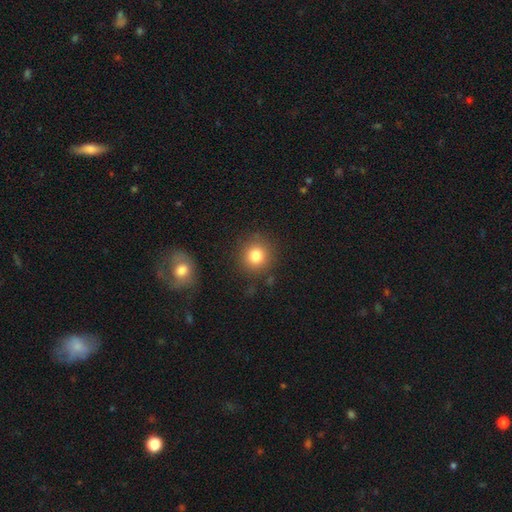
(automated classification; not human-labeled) Smooth or featured? Predicted: smooth (p=0.81). How rounded? Predicted: round (p=0.89). Merging? Predicted: none (p=0.85).